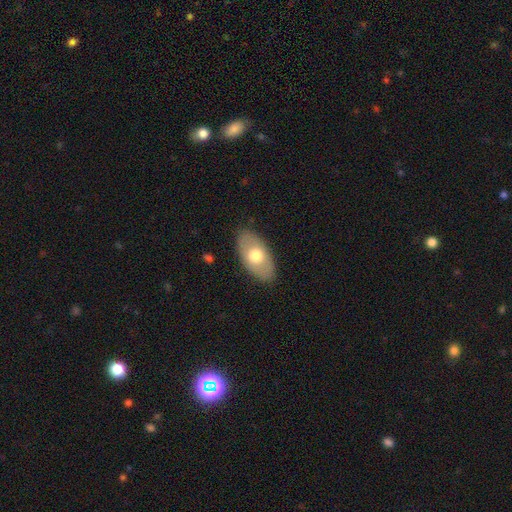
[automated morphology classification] type=smooth (64%); roundness=in between (93%); merging=none (85%).